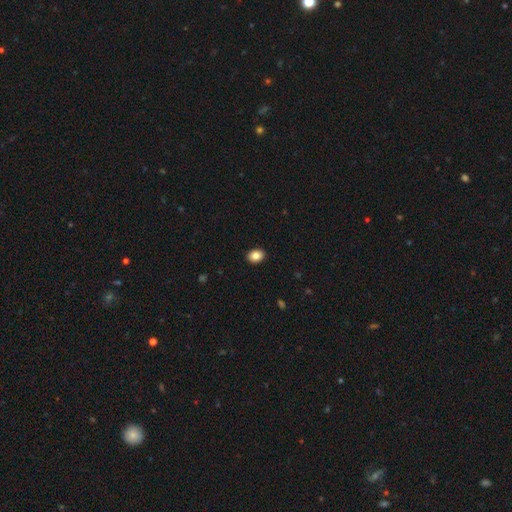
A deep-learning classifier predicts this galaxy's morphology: Overall: smooth (85%). How rounded: in between (62%; round 37%). Merging: none (91%).